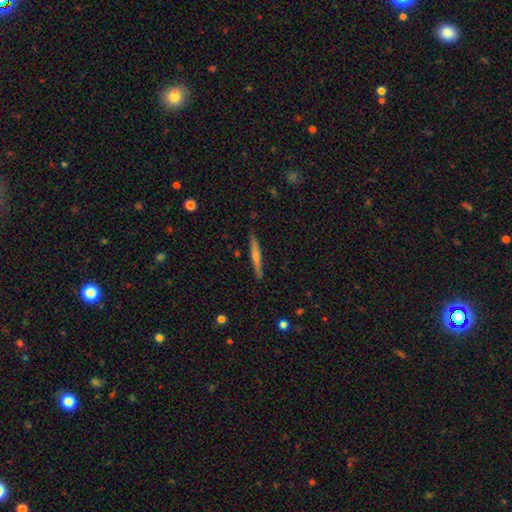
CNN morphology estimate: Overall: featured or disk (54%; smooth 40%). Edge-on disk: yes (97%). Edge-on bulge: rounded (58%; none 36%). Merging: none (90%).